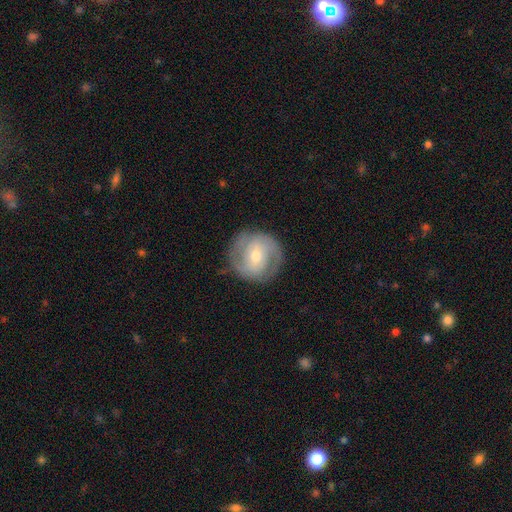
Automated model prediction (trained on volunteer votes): The model was most divided on "bar": weak: 43%, no: 38%, strong: 18%. Remaining: edge-on disk — no (97%); spiral arms — yes (84%); merging — none (82%); spiral arm count — 2 (71%); smooth or featured — featured or disk (69%); bulge size — moderate (56%); spiral winding — tight (47%).